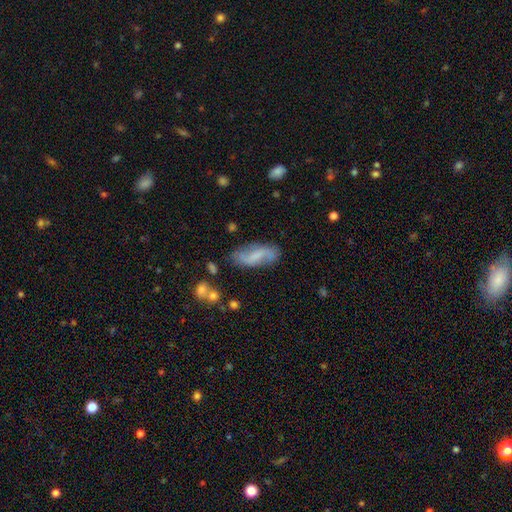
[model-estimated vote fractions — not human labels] A featured or disk galaxy (61%) with a weak bar (47%), 2 (88%) loose (61%) spiral arms (89%) and no central bulge (45%). Merging: none (74%).